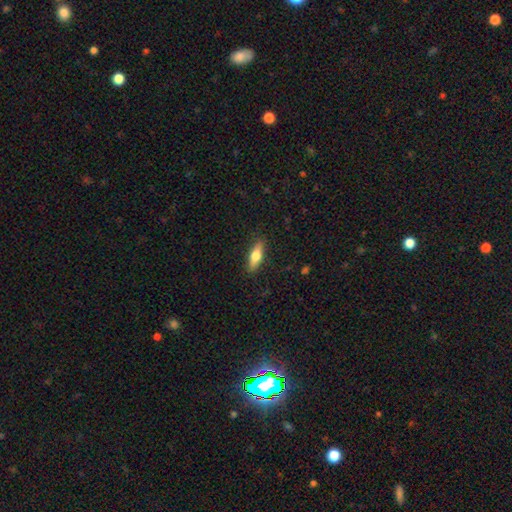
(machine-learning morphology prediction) Smooth or featured?
  - smooth: 64% *
  - featured or disk: 30%
  - star or artifact: 6%
How rounded?
  - cigar-shaped: 49% *
  - in between: 48%
  - round: 3%
Merging?
  - none: 87% *
  - minor disturbance: 10%
  - major disturbance: 2%
  - merger: 1%